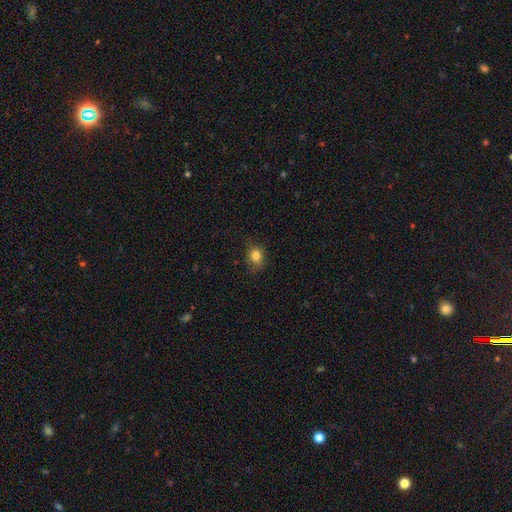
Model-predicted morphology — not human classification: type=smooth (82%); roundness=round (60%); merging=none (72%).